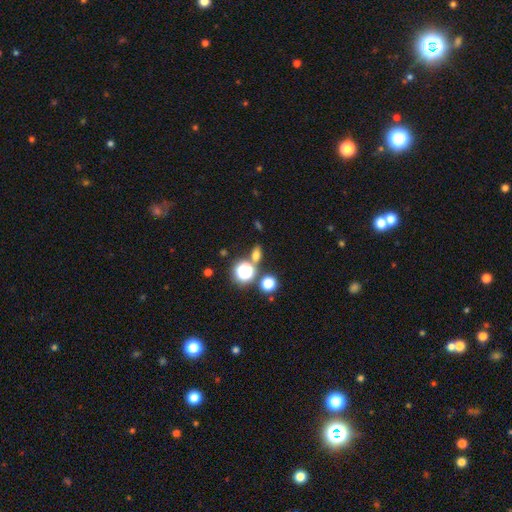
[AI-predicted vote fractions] Smooth or featured? smooth (60%)
How rounded? in between (56%)
Merging? none (75%)